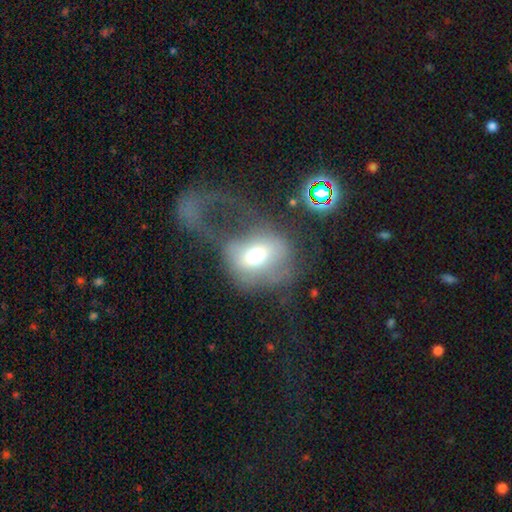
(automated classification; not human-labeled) smooth_or_featured: smooth (p=0.56) [alt: featured or disk p=0.31]
how_rounded: round (p=0.52) [alt: in between p=0.47]
merging: major disturbance (p=0.63) [alt: none p=0.18]